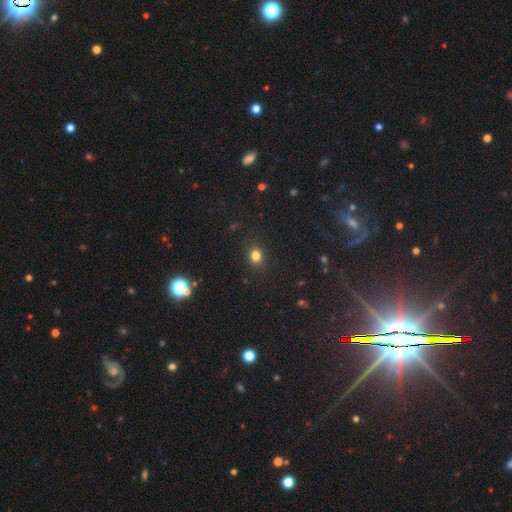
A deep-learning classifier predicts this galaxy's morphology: Smooth or featured?
  - smooth: 79% *
  - star or artifact: 15%
  - featured or disk: 6%
How rounded?
  - round: 69% *
  - in between: 30%
  - cigar-shaped: 1%
Merging?
  - none: 88% *
  - minor disturbance: 8%
  - major disturbance: 3%
  - merger: 1%